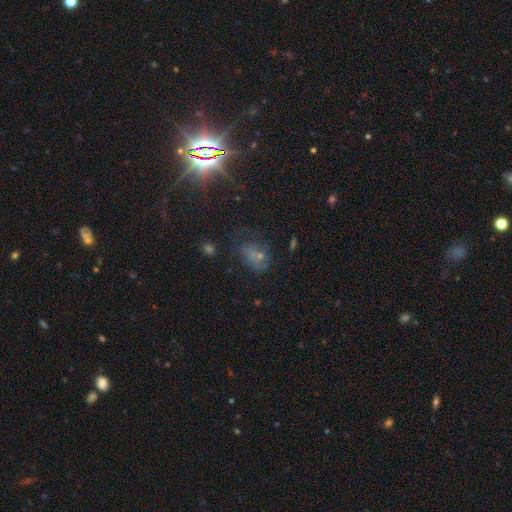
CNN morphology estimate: smooth_or_featured: smooth (p=0.52) [alt: star or artifact p=0.28]
how_rounded: in between (p=0.71) [alt: round p=0.27]
merging: none (p=0.43) [alt: minor disturbance p=0.25]